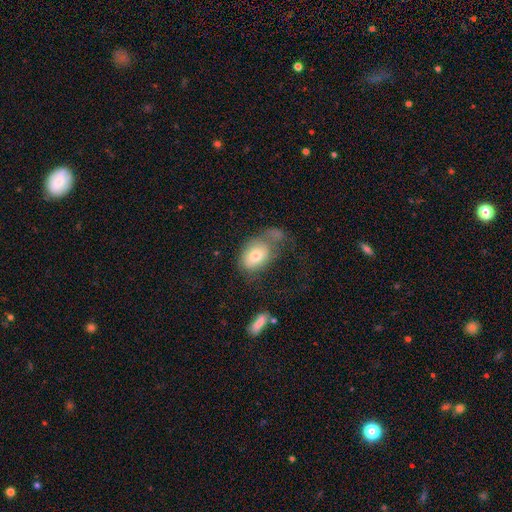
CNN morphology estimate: The model was most divided on "merging": none: 31%, major disturbance: 30%, minor disturbance: 23%, merger: 17%. More confident: how rounded — in between (80%); smooth or featured — smooth (73%).